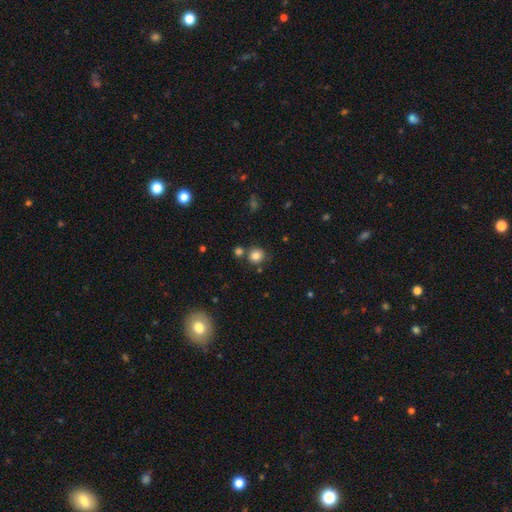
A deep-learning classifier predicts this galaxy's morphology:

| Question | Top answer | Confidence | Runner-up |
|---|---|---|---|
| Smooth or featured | smooth | 82% | star or artifact (12%) |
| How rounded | round | 89% | in between (10%) |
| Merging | none | 76% | merger (12%) |